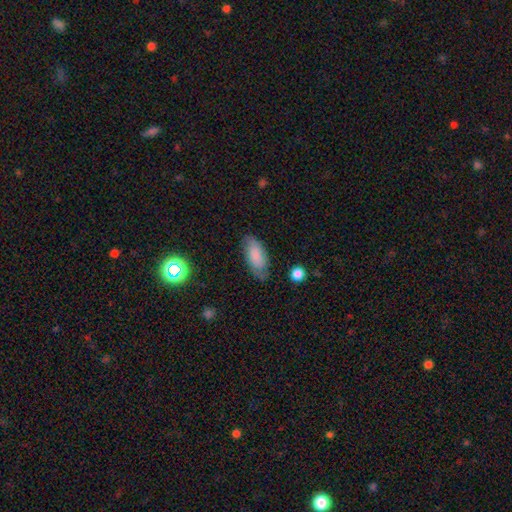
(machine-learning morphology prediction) Smooth or featured: smooth — 73% (featured or disk — 19%)
How rounded: in between — 86% (cigar-shaped — 11%)
Merging: none — 73% (minor disturbance — 20%)